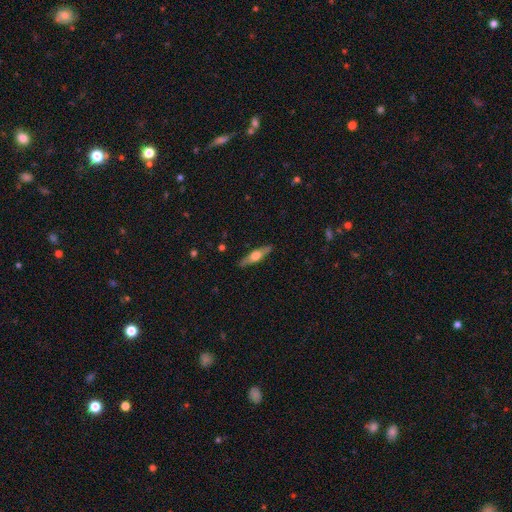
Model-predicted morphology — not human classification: The model was most divided on "smooth or featured": featured or disk: 62%, smooth: 32%, star or artifact: 5%. More confident: edge-on disk — yes (96%); edge-on bulge — rounded (91%); merging — none (89%).